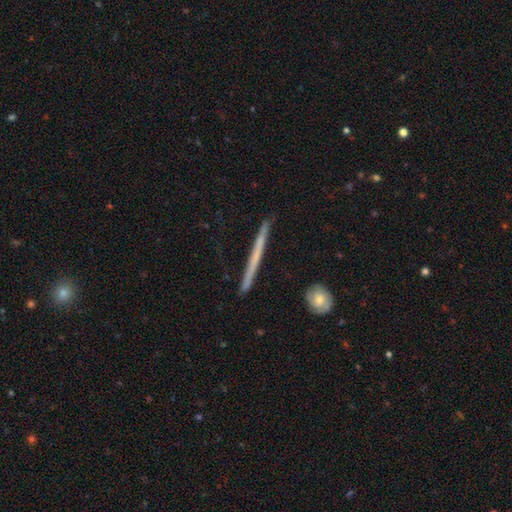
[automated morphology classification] Smooth or featured?
  - featured or disk: 55% *
  - smooth: 38%
  - star or artifact: 7%
Edge-on disk?
  - yes: 97% *
  - no: 3%
Edge-on bulge?
  - none: 84% *
  - rounded: 13%
  - boxy: 3%
Merging?
  - none: 91% *
  - minor disturbance: 6%
  - merger: 1%
  - major disturbance: 1%